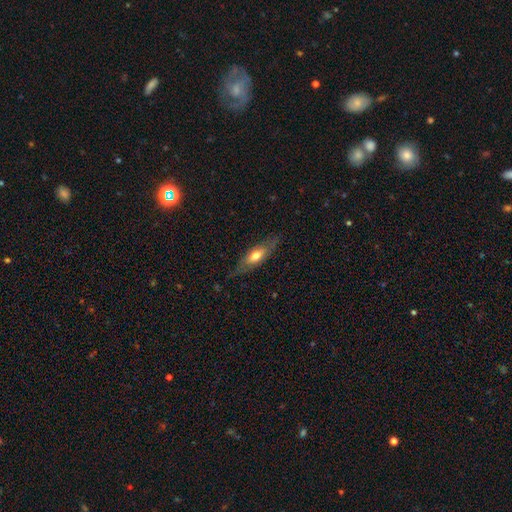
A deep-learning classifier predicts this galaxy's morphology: smooth 50%, featured or disk 44%, star or artifact 6%. Down the decision tree: merging — none (75%).